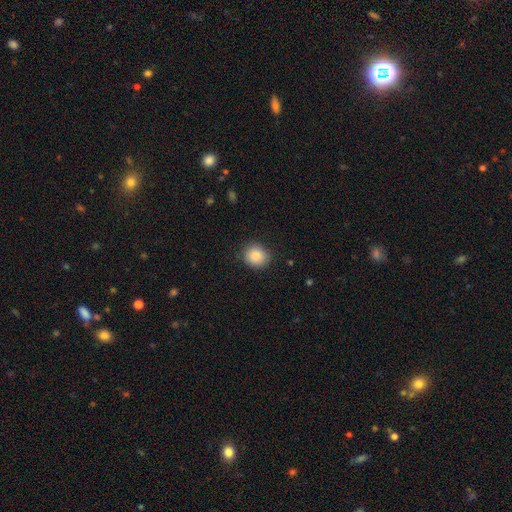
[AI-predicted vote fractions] Smooth or featured?
  - smooth: 88% *
  - star or artifact: 8%
  - featured or disk: 4%
How rounded?
  - round: 77% *
  - in between: 22%
  - cigar-shaped: 1%
Merging?
  - none: 86% *
  - minor disturbance: 10%
  - major disturbance: 3%
  - merger: 1%